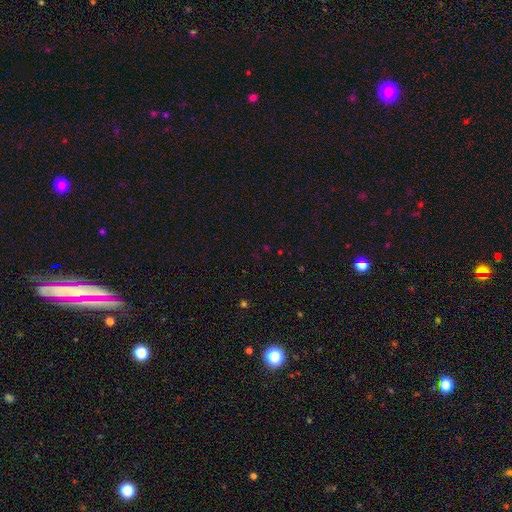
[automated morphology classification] type=star or artifact (67%).